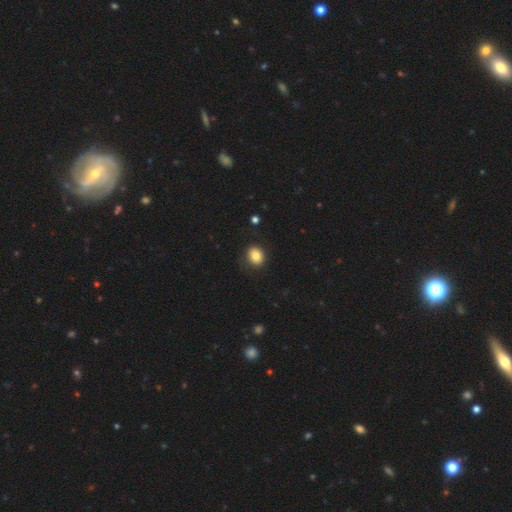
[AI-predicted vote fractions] smooth-or-featured: smooth: 84% | star or artifact: 9% | featured or disk: 7%
  how-rounded: round: 56% | in between: 43% | cigar-shaped: 1%
  merging: none: 83% | minor disturbance: 12% | major disturbance: 4% | merger: 1%